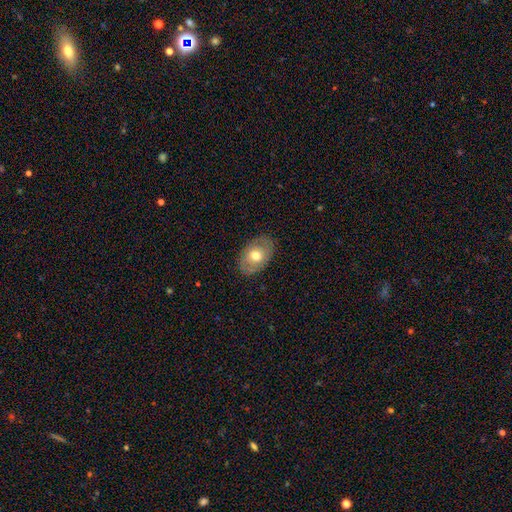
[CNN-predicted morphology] This is possibly a smooth galaxy (58%). How rounded: clearly in between (82%). Merging: clearly none (83%).